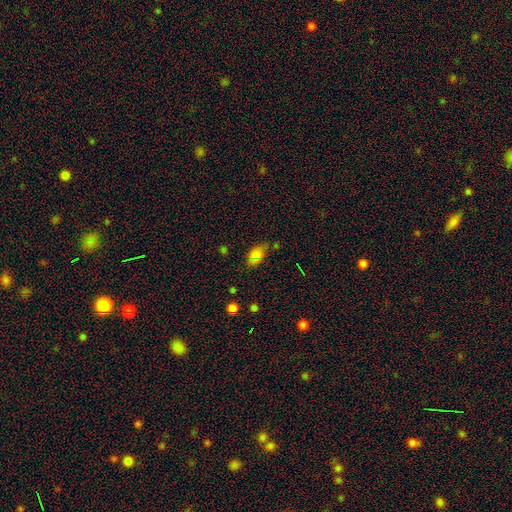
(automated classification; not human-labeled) A smooth galaxy with no disk features (72%) that is in between round and cigar-shaped (89%).

Vote fractions:
- Smooth or featured? smooth: 72% / star or artifact: 17% / featured or disk: 11%
- How rounded? in between: 89% / round: 6% / cigar-shaped: 5%
- Merging? none: 72% / minor disturbance: 20% / major disturbance: 5% / merger: 4%